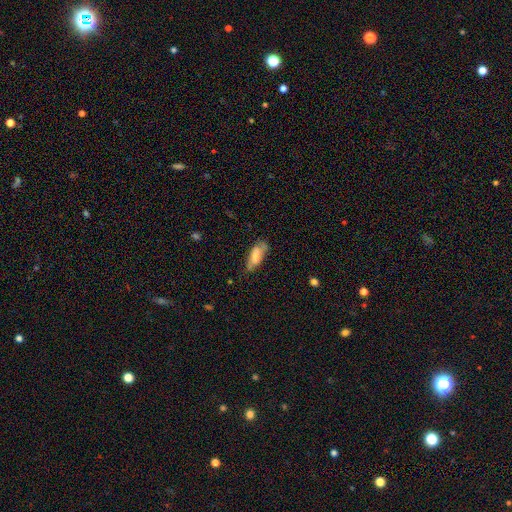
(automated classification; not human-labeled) Overall: smooth (55%; featured or disk 37%). How rounded: in between (75%). Merging: none (51%; minor disturbance 32%).